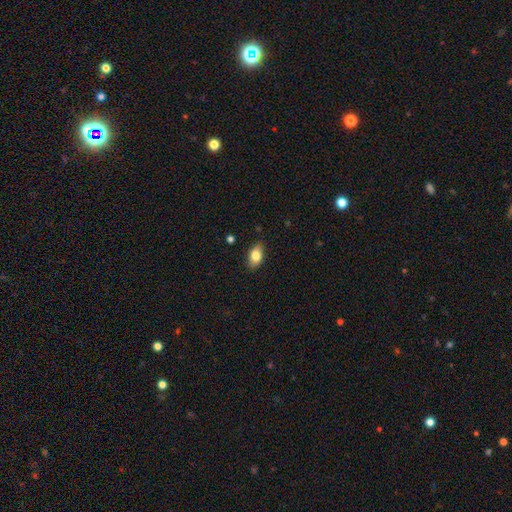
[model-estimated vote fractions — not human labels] Q: Smooth or featured?
A: smooth (81%); runner-up: featured or disk (11%)
Q: How rounded?
A: in between (89%); runner-up: round (8%)
Q: Merging?
A: none (85%); runner-up: minor disturbance (12%)